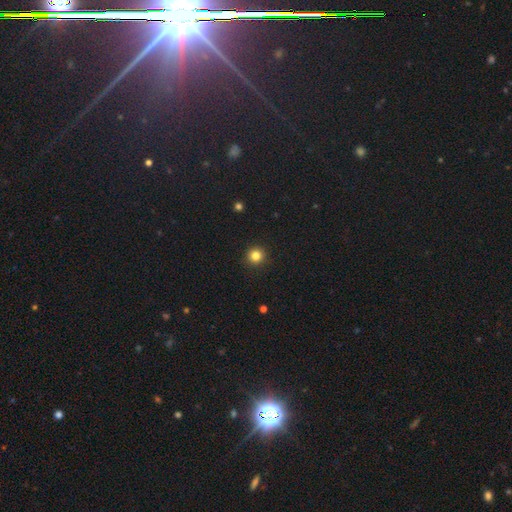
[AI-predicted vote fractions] smooth-or-featured: smooth: 83% | star or artifact: 12% | featured or disk: 5%
  how-rounded: round: 95% | in between: 4% | cigar-shaped: 1%
  merging: none: 93% | minor disturbance: 4% | major disturbance: 2% | merger: 1%